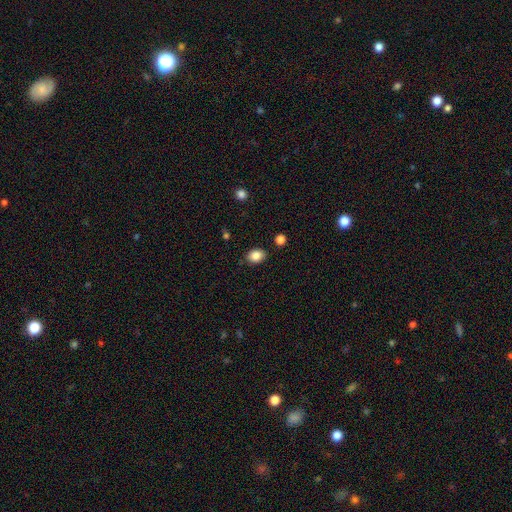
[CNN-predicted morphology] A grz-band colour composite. It shows a smooth galaxy with no disk features (85%) that is in between round and cigar-shaped (70%). Merging: none (83%).